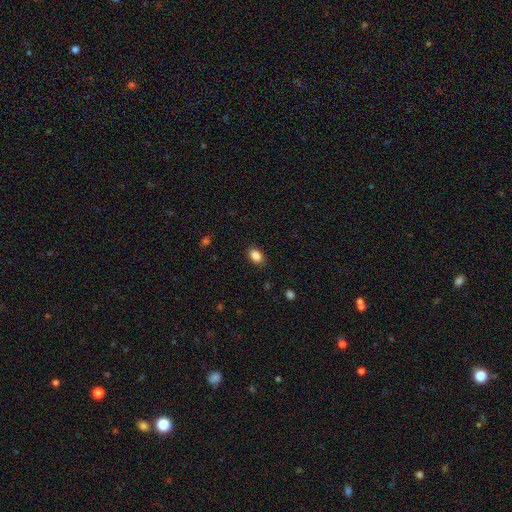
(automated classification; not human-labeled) Morphology: type=smooth (87%); roundness=in between (84%); merging=none (86%).